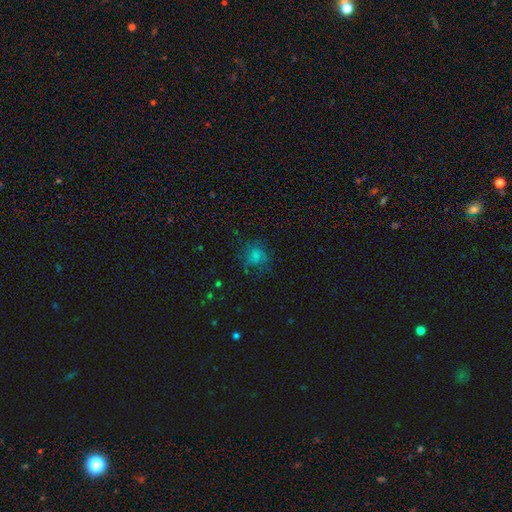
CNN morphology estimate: Smooth or featured?
  - smooth: 66% *
  - featured or disk: 19%
  - star or artifact: 15%
How rounded?
  - round: 78% *
  - in between: 21%
  - cigar-shaped: 1%
Merging?
  - none: 63% *
  - minor disturbance: 21%
  - major disturbance: 15%
  - merger: 2%